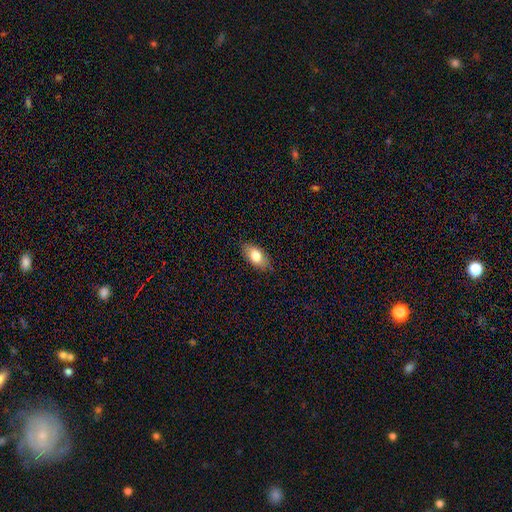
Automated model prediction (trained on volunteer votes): Smooth or featured?
  - smooth: 78% *
  - featured or disk: 16%
  - star or artifact: 7%
How rounded?
  - in between: 90% *
  - round: 5%
  - cigar-shaped: 4%
Merging?
  - none: 84% *
  - minor disturbance: 13%
  - major disturbance: 3%
  - merger: 1%